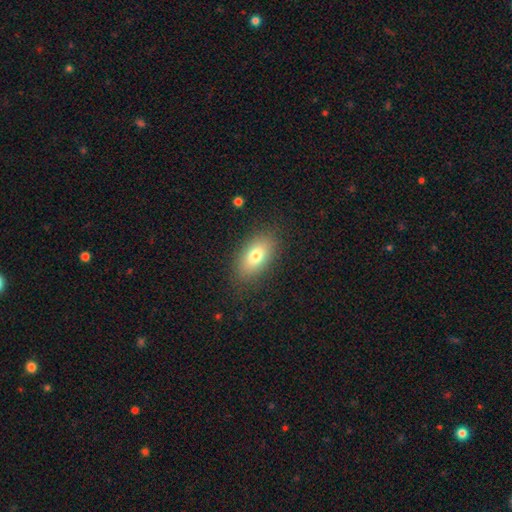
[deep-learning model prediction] A smooth galaxy with no disk features (76%) that is in between round and cigar-shaped (89%). Merging: none (85%).